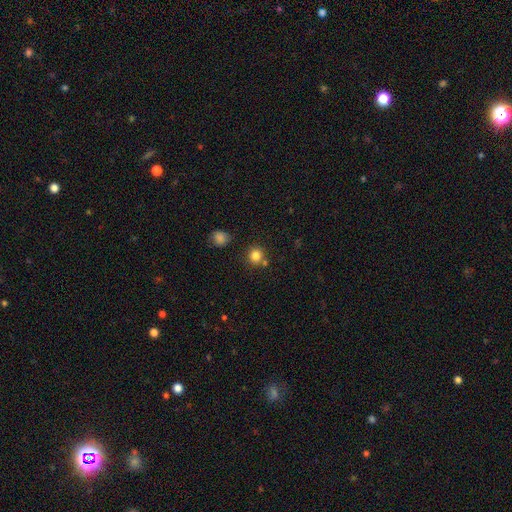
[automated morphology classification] Smooth or featured? smooth (82%)
How rounded? round (91%)
Merging? none (75%)